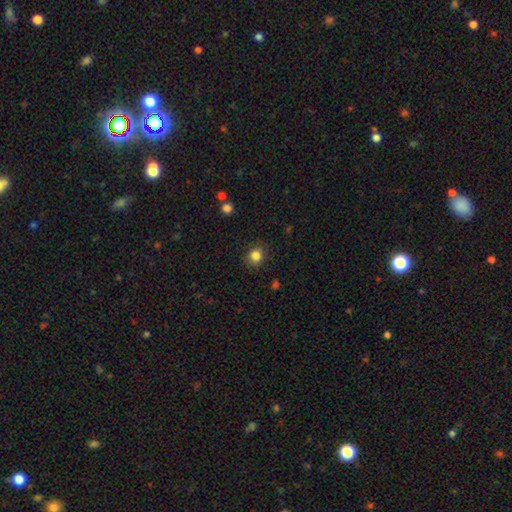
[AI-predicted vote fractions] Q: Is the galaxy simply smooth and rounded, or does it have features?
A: smooth — 85%.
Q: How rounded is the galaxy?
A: round — 82%.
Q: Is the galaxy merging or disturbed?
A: none — 87%.